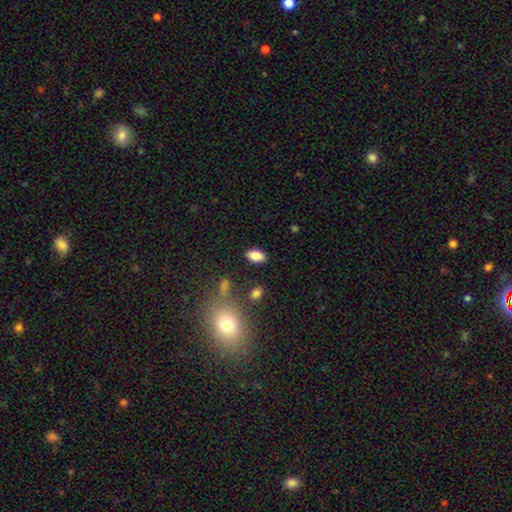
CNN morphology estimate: The model was most divided on "smooth or featured": smooth: 82%, featured or disk: 9%, star or artifact: 9%. More confident: how rounded — in between (91%); merging — none (86%).